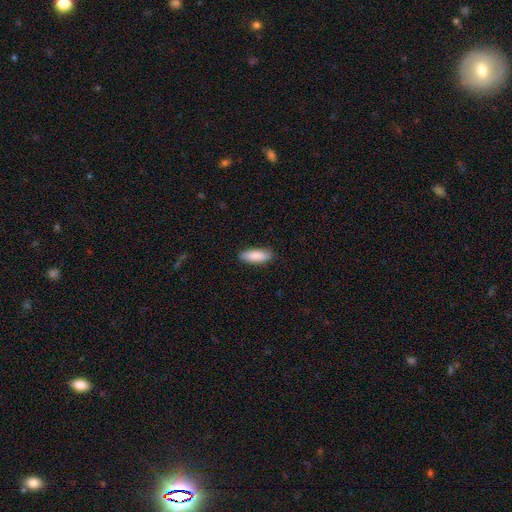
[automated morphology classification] smooth 88%, featured or disk 6%, star or artifact 5%. Down the decision tree: how rounded — in between (66%); merging — none (88%).